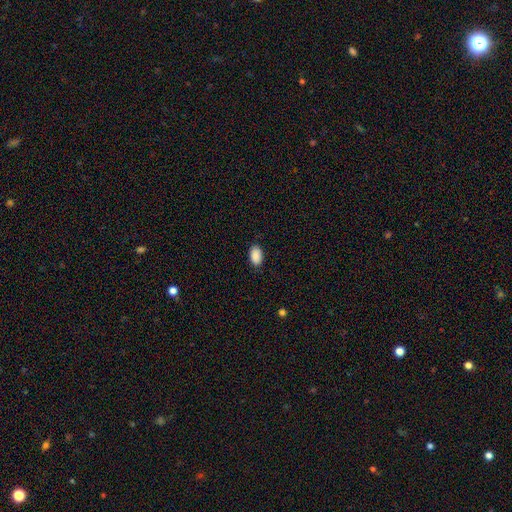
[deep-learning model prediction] smooth_or_featured: smooth (p=0.90) [alt: star or artifact p=0.07]
how_rounded: in between (p=0.93) [alt: round p=0.06]
merging: none (p=0.86) [alt: minor disturbance p=0.10]